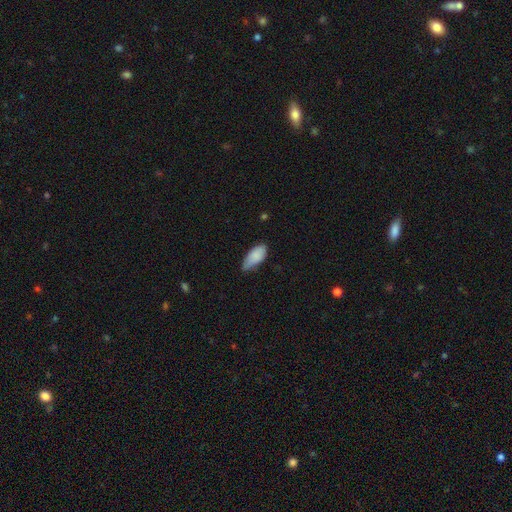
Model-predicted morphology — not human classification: smooth-or-featured: smooth: 87% | featured or disk: 7% | star or artifact: 6%
  how-rounded: in between: 90% | cigar-shaped: 8% | round: 2%
  merging: none: 51% | minor disturbance: 41% | major disturbance: 6% | merger: 2%